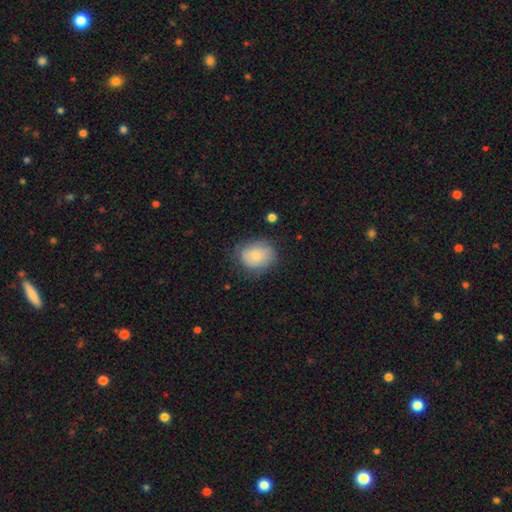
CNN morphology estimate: smooth 79%, featured or disk 13%, star or artifact 7%. Down the decision tree: how rounded — round (52%); merging — none (67%).